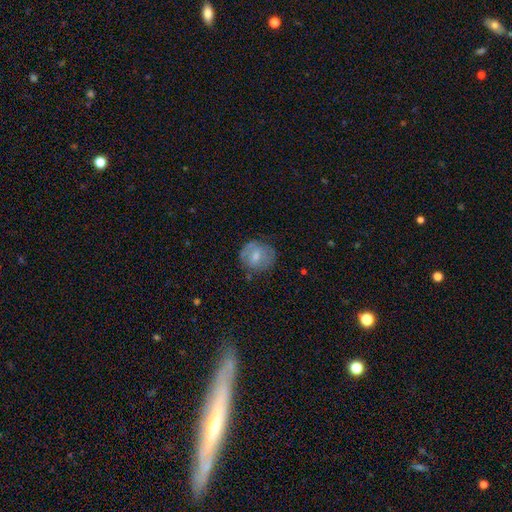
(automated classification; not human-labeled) This is likely a smooth galaxy (63%). How rounded: likely round (79%). Merging: likely none (67%).